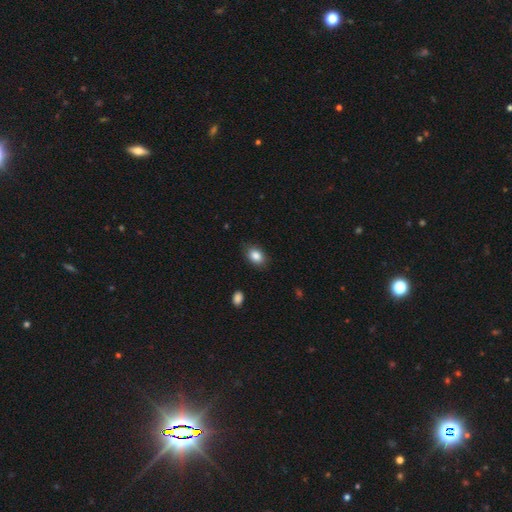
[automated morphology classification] A smooth galaxy with no disk features (86%) that is in between round and cigar-shaped (79%). Merging: none (83%).